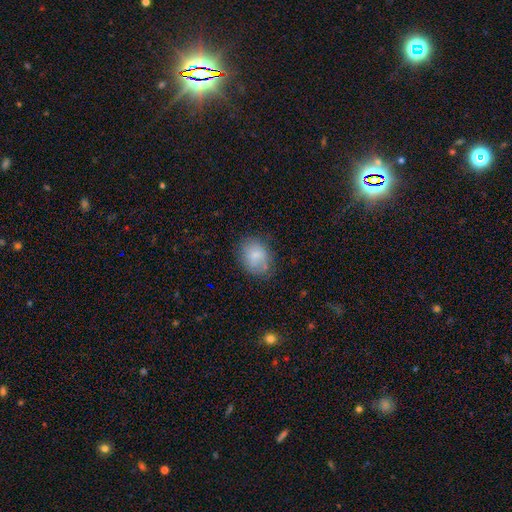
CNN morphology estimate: Smooth or featured?
  - smooth: 80% *
  - featured or disk: 12%
  - star or artifact: 8%
How rounded?
  - in between: 63% *
  - round: 36%
  - cigar-shaped: 1%
Merging?
  - none: 71% *
  - minor disturbance: 21%
  - major disturbance: 6%
  - merger: 2%